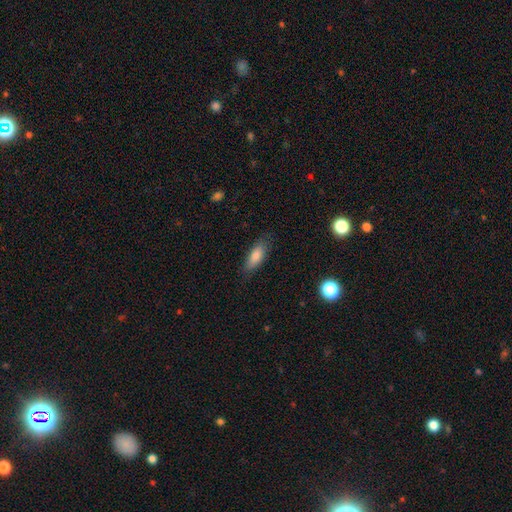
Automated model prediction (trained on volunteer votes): A smooth galaxy with no disk features (82%) that is in between round and cigar-shaped (68%).

Vote fractions:
- Smooth or featured? smooth: 82% / featured or disk: 11% / star or artifact: 8%
- How rounded? in between: 68% / cigar-shaped: 29% / round: 3%
- Merging? none: 79% / minor disturbance: 16% / major disturbance: 4% / merger: 1%